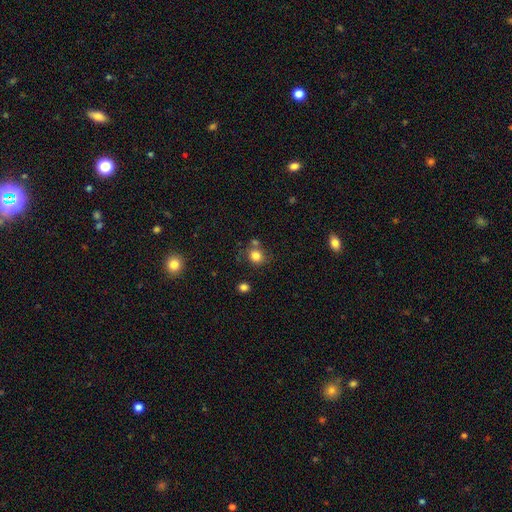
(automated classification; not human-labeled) Q: Smooth or featured?
A: smooth (81%); runner-up: star or artifact (12%)
Q: How rounded?
A: round (82%); runner-up: in between (17%)
Q: Merging?
A: none (68%); runner-up: merger (15%)